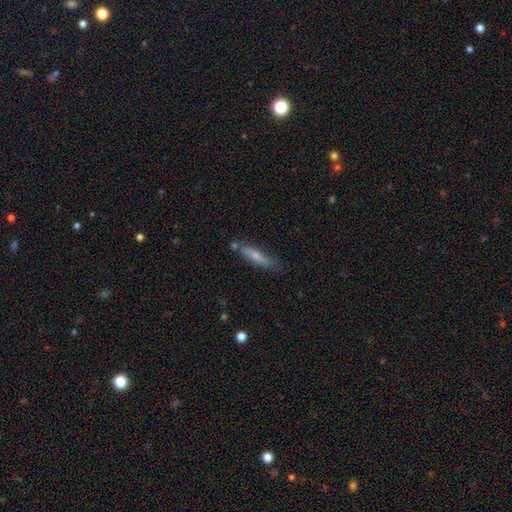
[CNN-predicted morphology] This is likely a smooth galaxy (64%). How rounded: clearly cigar-shaped (83%). Merging: likely none (66%).